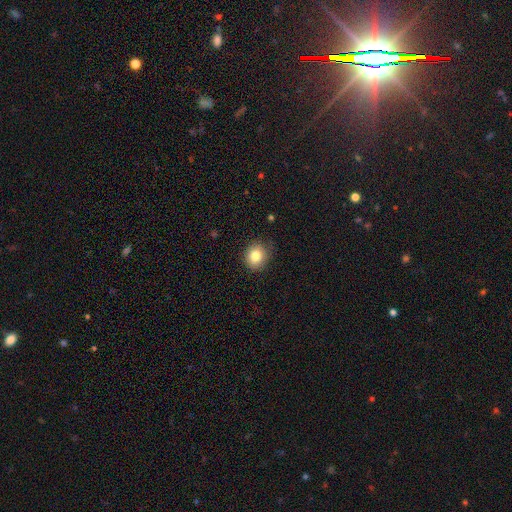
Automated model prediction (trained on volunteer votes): Smooth or featured: smooth — 82% (star or artifact — 10%)
How rounded: round — 75% (in between — 25%)
Merging: none — 83% (minor disturbance — 13%)